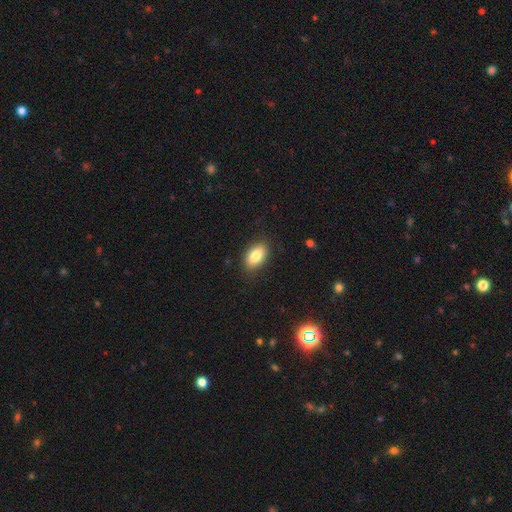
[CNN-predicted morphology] Smooth or featured: smooth — 83% (featured or disk — 9%)
How rounded: in between — 91% (round — 6%)
Merging: none — 86% (minor disturbance — 10%)